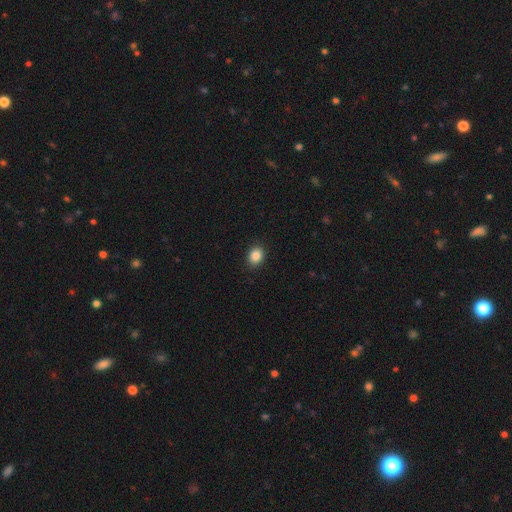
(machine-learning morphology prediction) Smooth or featured?
  - smooth: 87% *
  - star or artifact: 9%
  - featured or disk: 4%
How rounded?
  - in between: 55% *
  - round: 44%
  - cigar-shaped: 1%
Merging?
  - none: 89% *
  - minor disturbance: 8%
  - major disturbance: 2%
  - merger: 1%